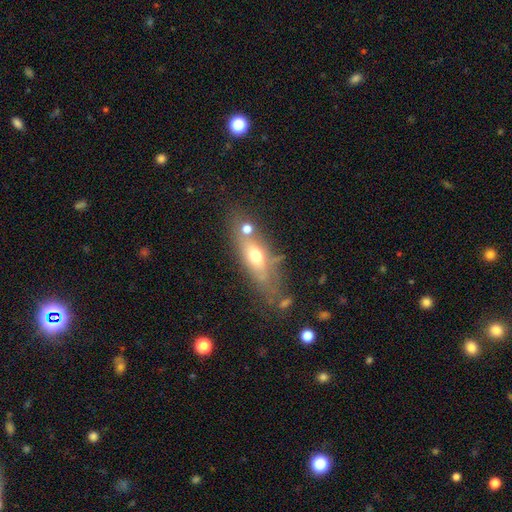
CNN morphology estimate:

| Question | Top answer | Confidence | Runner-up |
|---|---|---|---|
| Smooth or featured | smooth | 52% | featured or disk (37%) |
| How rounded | in between | 53% | cigar-shaped (40%) |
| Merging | none | 50% | merger (21%) |